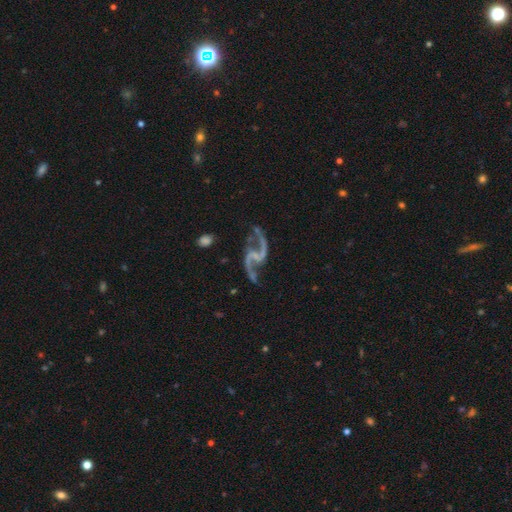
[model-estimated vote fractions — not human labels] The model was most divided on "bar": weak: 42%, no: 38%, strong: 20%. Remaining: edge-on disk — no (98%); spiral arms — yes (97%); spiral arm count — 2 (94%); smooth or featured — featured or disk (92%); spiral winding — loose (81%); merging — none (62%); bulge size — none (50%).